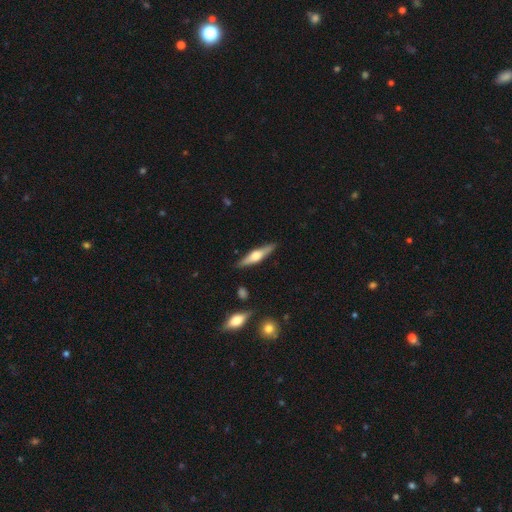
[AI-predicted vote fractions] smooth_or_featured: featured or disk (p=0.64) [alt: smooth p=0.31]
disk_edge_on: yes (p=0.96) [alt: no p=0.04]
edge_on_bulge: rounded (p=0.92) [alt: boxy p=0.06]
merging: none (p=0.89) [alt: minor disturbance p=0.08]